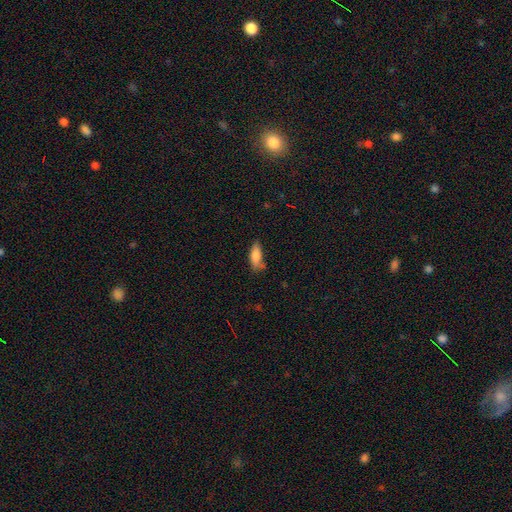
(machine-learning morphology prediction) Smooth or featured?
  - smooth: 82% *
  - featured or disk: 11%
  - star or artifact: 7%
How rounded?
  - in between: 67% *
  - cigar-shaped: 31%
  - round: 2%
Merging?
  - none: 64% *
  - minor disturbance: 25%
  - major disturbance: 6%
  - merger: 5%